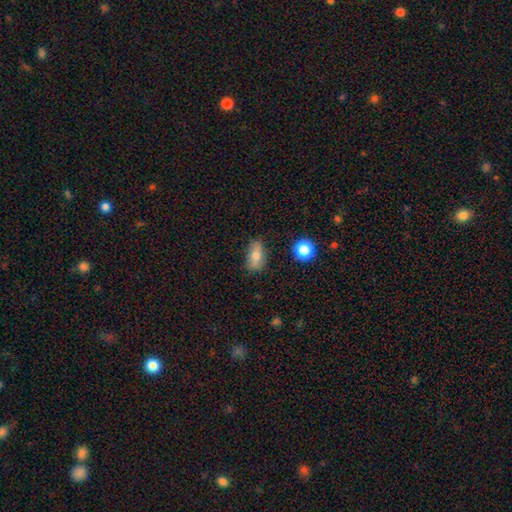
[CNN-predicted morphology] Smooth or featured?
  - smooth: 71% *
  - featured or disk: 19%
  - star or artifact: 9%
How rounded?
  - in between: 84% *
  - round: 8%
  - cigar-shaped: 8%
Merging?
  - none: 75% *
  - minor disturbance: 19%
  - major disturbance: 4%
  - merger: 2%